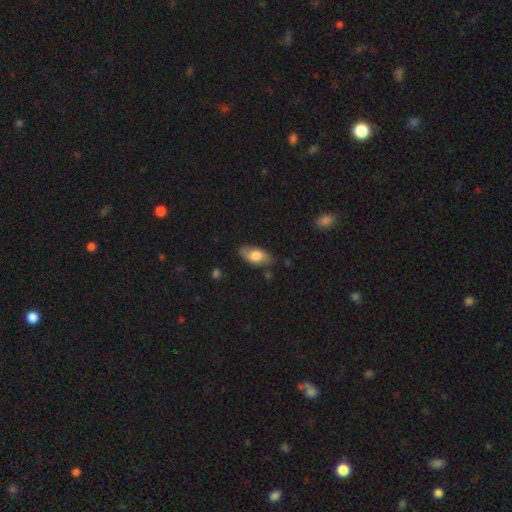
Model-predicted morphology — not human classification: A smooth galaxy with no disk features (70%) that is in between round and cigar-shaped (90%).

Vote fractions:
- Smooth or featured? smooth: 70% / featured or disk: 23% / star or artifact: 7%
- How rounded? in between: 90% / cigar-shaped: 6% / round: 4%
- Merging? none: 76% / minor disturbance: 18% / major disturbance: 4% / merger: 2%